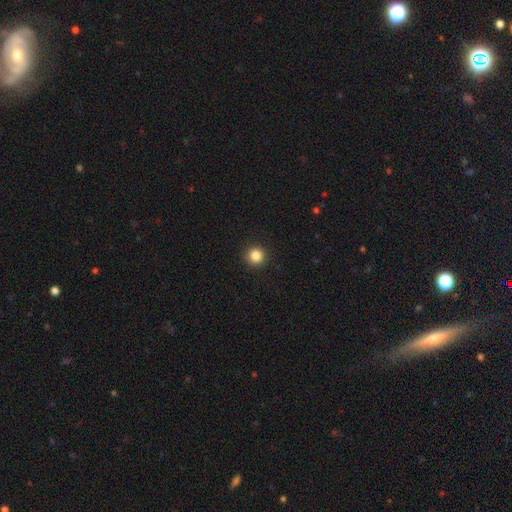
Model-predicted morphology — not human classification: The model was most divided on "smooth or featured": smooth: 85%, star or artifact: 11%, featured or disk: 4%. More confident: how rounded — round (95%); merging — none (93%).